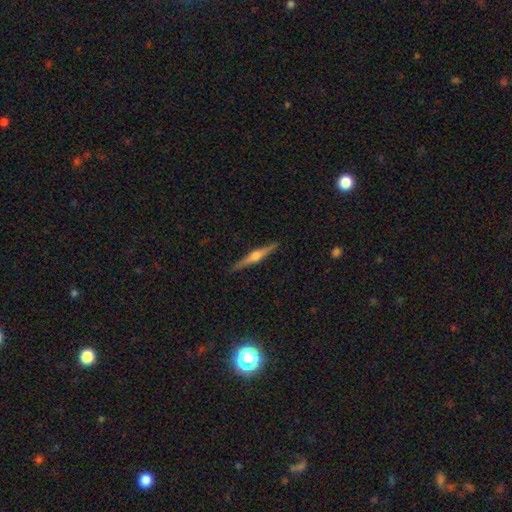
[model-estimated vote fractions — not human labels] Smooth or featured? Predicted: featured or disk (p=0.77). Edge-on disk? Predicted: yes (p=0.98). Edge-on bulge? Predicted: rounded (p=0.88). Merging? Predicted: none (p=0.91).